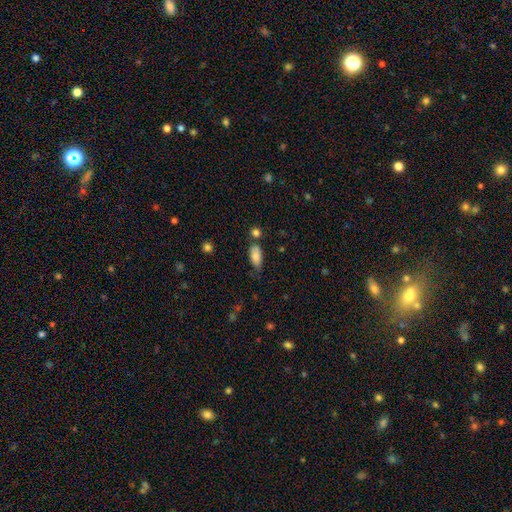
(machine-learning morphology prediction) The model was most divided on "merging": none: 62%, minor disturbance: 24%, merger: 9%, major disturbance: 5%. More confident: how rounded — in between (88%); smooth or featured — smooth (83%).